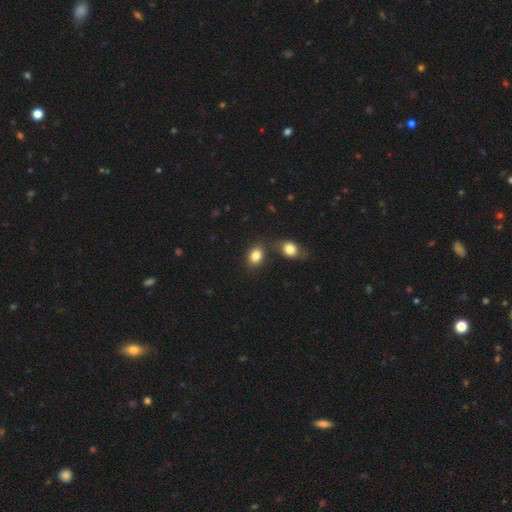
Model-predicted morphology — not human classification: smooth-or-featured: smooth: 83% | star or artifact: 10% | featured or disk: 8%
  how-rounded: in between: 70% | round: 29% | cigar-shaped: 1%
  merging: none: 64% | merger: 22% | minor disturbance: 11% | major disturbance: 4%